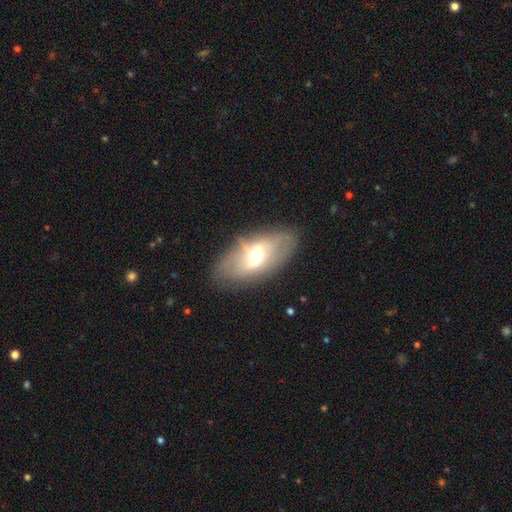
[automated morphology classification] Smooth or featured? featured or disk (49%)
Merging? none (78%)